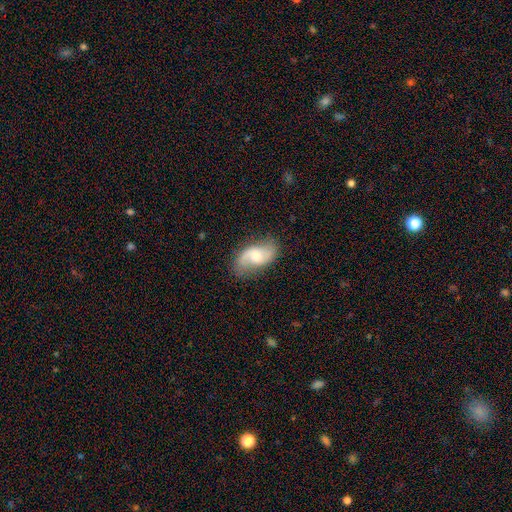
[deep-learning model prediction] featured or disk 72%, smooth 22%, star or artifact 6%. Down the decision tree: edge-on disk — no (96%); bar — no (48%); spiral arms — yes (93%); spiral arm count — 2 (88%); spiral winding — loose (62%); bulge size — moderate (58%); merging — none (77%).